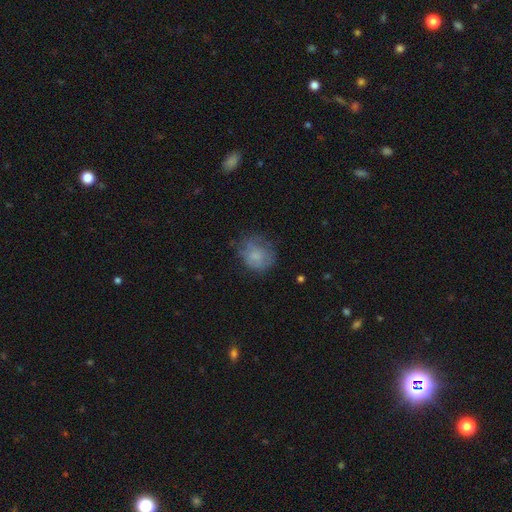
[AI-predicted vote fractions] Morphology: type=smooth (65%); roundness=round (68%); merging=none (56%).